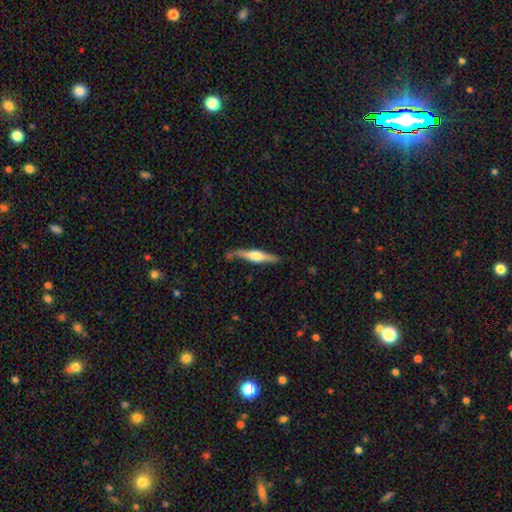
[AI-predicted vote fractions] Smooth or featured: featured or disk — 63% (smooth — 32%)
Edge-on disk: yes — 97% (no — 3%)
Edge-on bulge: rounded — 87% (boxy — 9%)
Merging: none — 79% (minor disturbance — 15%)